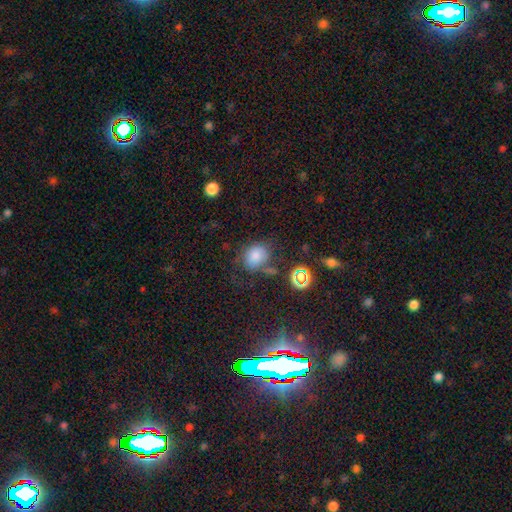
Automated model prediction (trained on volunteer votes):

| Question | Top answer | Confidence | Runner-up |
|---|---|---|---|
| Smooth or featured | smooth | 73% | star or artifact (16%) |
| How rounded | round | 54% | in between (45%) |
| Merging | none | 55% | minor disturbance (21%) |